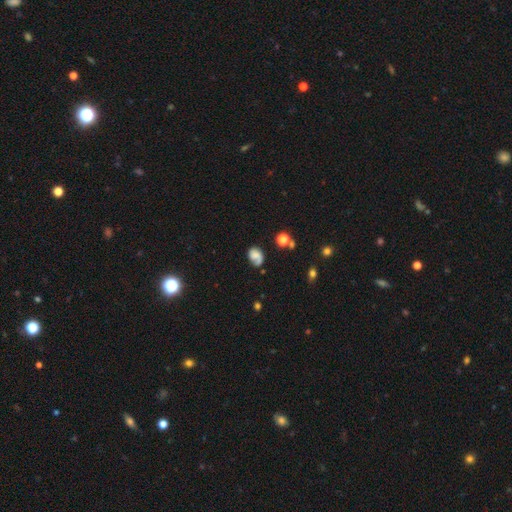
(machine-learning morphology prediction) type=smooth (50%); roundness=in between (63%); merging=none (47%).